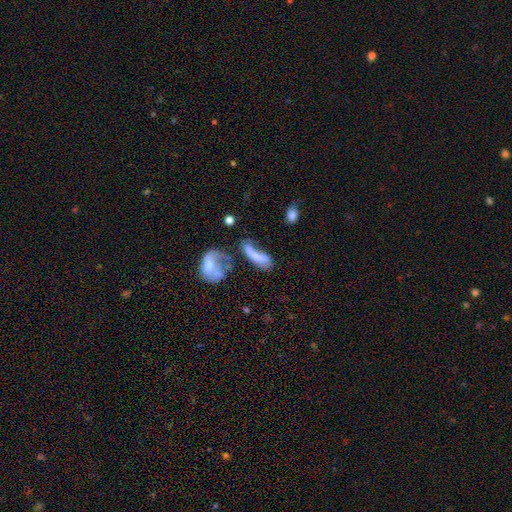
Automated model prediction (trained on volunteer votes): This appears to be a smooth galaxy with no disk features (53%) that is in between round and cigar-shaped (53%). Merging: merger (35%).